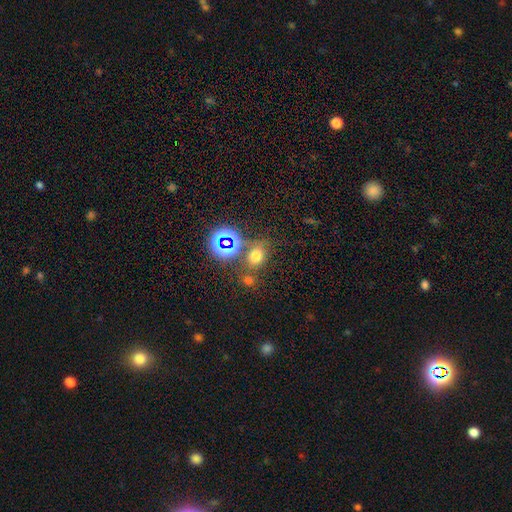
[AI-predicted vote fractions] A smooth galaxy with no disk features (62%) that is round (52%).

Vote fractions:
- Smooth or featured? smooth: 62% / star or artifact: 29% / featured or disk: 9%
- How rounded? round: 52% / in between: 47% / cigar-shaped: 1%
- Merging? none: 66% / merger: 16% / minor disturbance: 12% / major disturbance: 6%